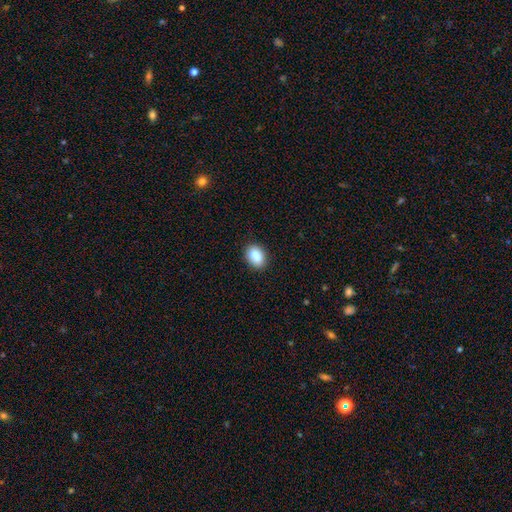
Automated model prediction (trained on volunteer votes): Smooth or featured? Predicted: smooth (p=0.86). How rounded? Predicted: in between (p=0.75). Merging? Predicted: none (p=0.85).